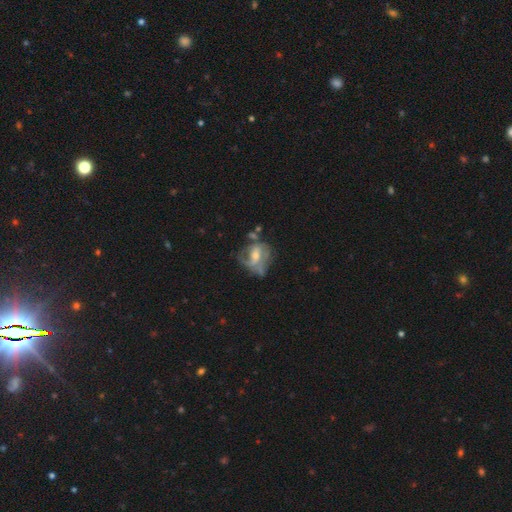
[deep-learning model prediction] This is likely a featured or disk galaxy (68%). It is clearly not viewed edge-on (97%). Bar: possibly weak (46%). Spiral arm pattern: likely yes (71%). Central bulge: possibly moderate (52%). Merging: marginally none (37%).